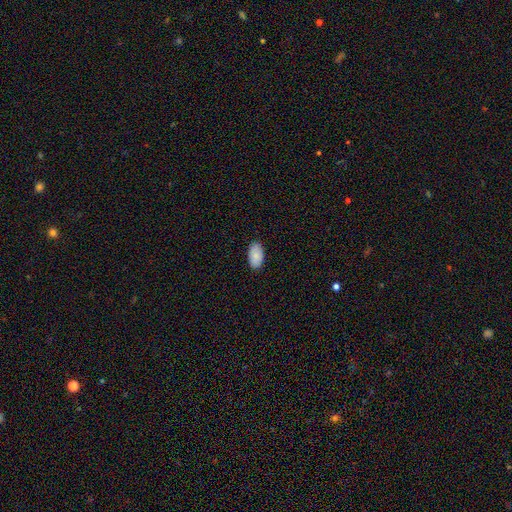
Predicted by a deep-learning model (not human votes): This appears to be a smooth galaxy with no disk features (85%) that is in between round and cigar-shaped (95%). Merging: none (88%).